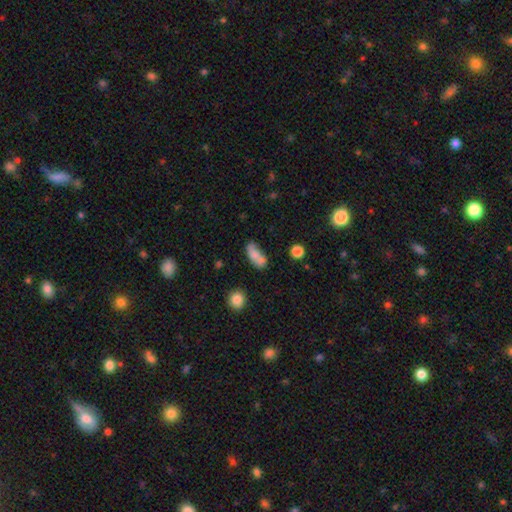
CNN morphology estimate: Smooth or featured? smooth (74%)
How rounded? in between (81%)
Merging? none (45%)